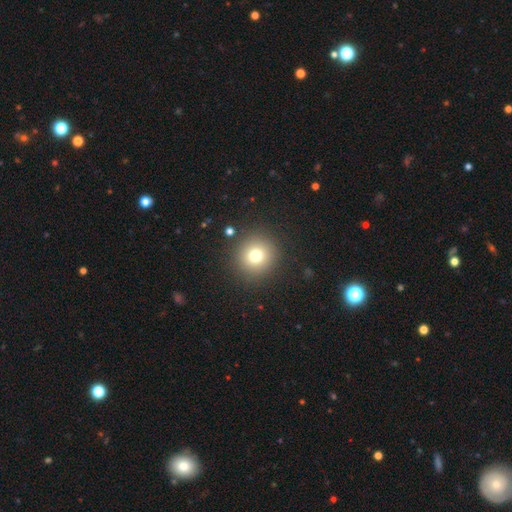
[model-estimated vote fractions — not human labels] The model was most divided on "smooth or featured": smooth: 75%, star or artifact: 15%, featured or disk: 11%. More confident: how rounded — round (94%); merging — none (89%).